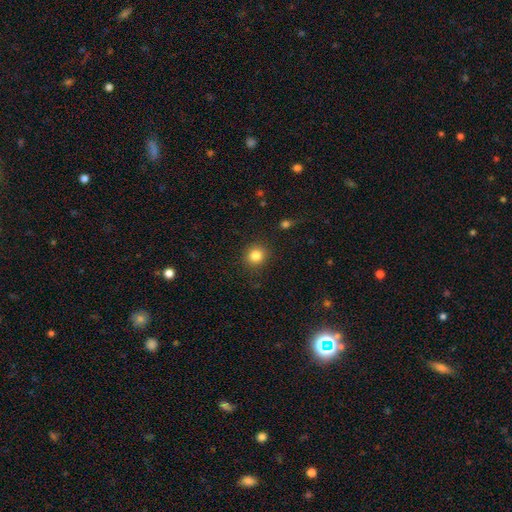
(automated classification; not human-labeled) Smooth or featured: smooth — 83% (star or artifact — 11%)
How rounded: round — 88% (in between — 11%)
Merging: none — 88% (minor disturbance — 8%)